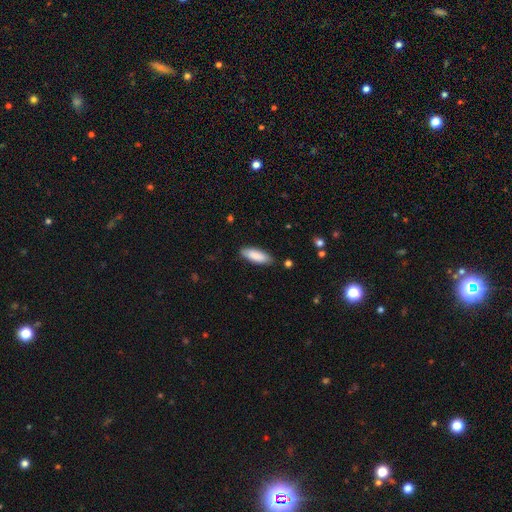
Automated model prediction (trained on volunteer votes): A smooth galaxy with no disk features (87%) that is in between round and cigar-shaped (62%). Merging: none (86%).